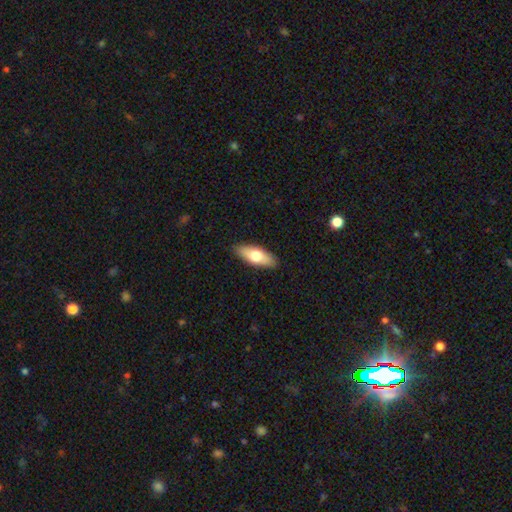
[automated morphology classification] smooth_or_featured: smooth (p=0.66) [alt: featured or disk p=0.28]
how_rounded: in between (p=0.75) [alt: cigar-shaped p=0.22]
merging: none (p=0.88) [alt: minor disturbance p=0.09]